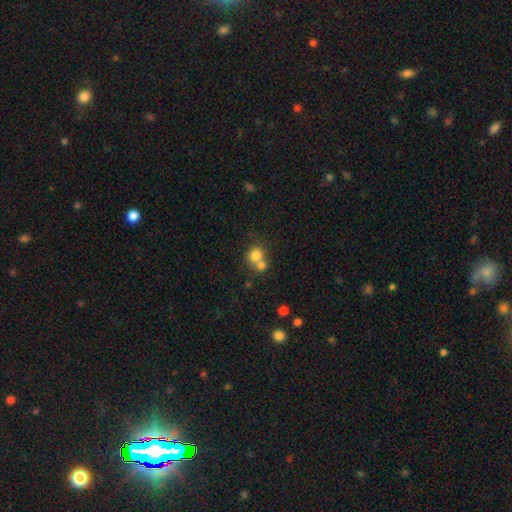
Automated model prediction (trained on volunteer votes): This appears to be a smooth galaxy with no disk features (77%) that is round (76%). Merging: merger (55%).